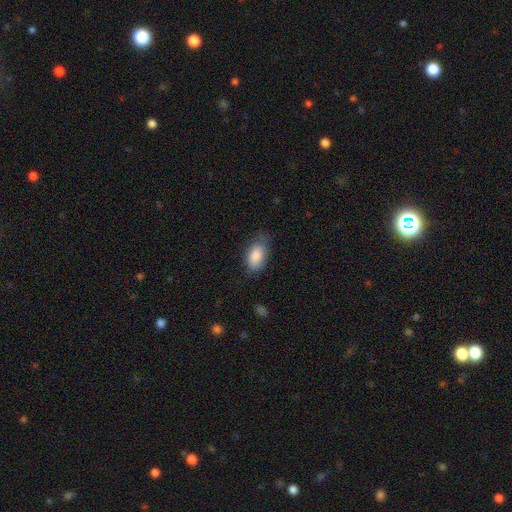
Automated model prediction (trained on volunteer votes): Smooth or featured: smooth — 86% (star or artifact — 7%)
How rounded: in between — 93% (round — 4%)
Merging: none — 68% (minor disturbance — 25%)